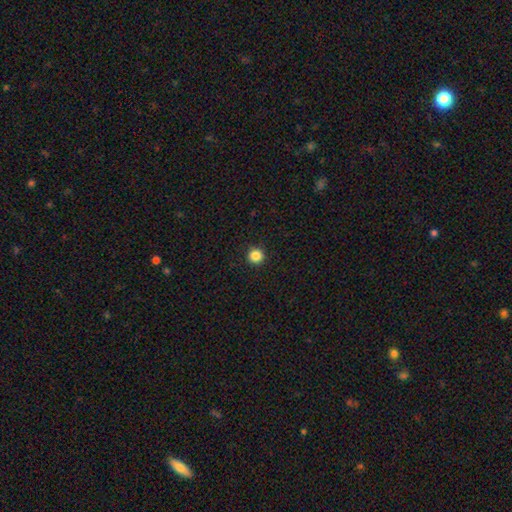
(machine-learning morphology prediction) Q: Smooth or featured?
A: smooth (85%); runner-up: star or artifact (11%)
Q: How rounded?
A: round (96%); runner-up: in between (3%)
Q: Merging?
A: none (94%); runner-up: minor disturbance (4%)